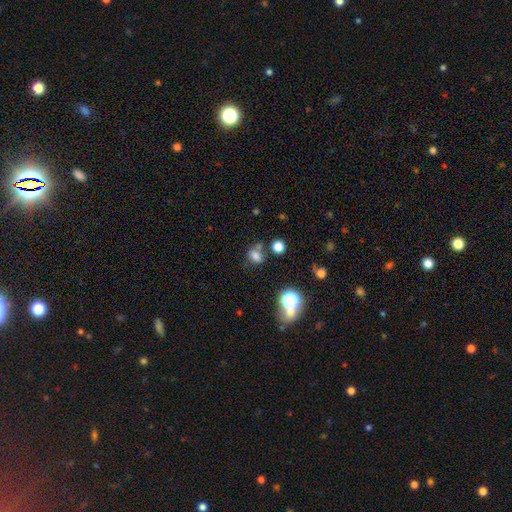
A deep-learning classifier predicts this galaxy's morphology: Overall: smooth (69%). How rounded: in between (57%; round 42%). Merging: none (52%; merger 21%).